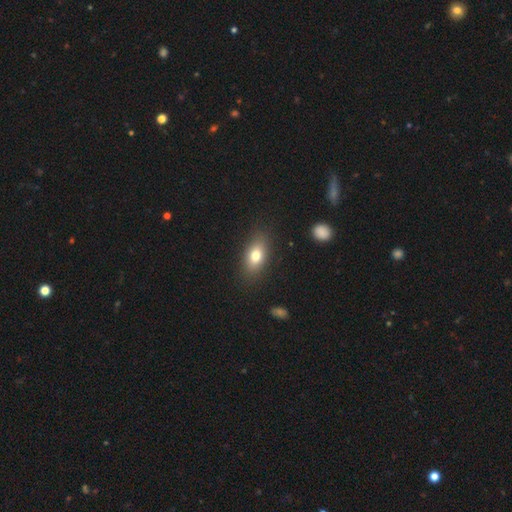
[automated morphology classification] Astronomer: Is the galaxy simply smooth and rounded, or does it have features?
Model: smooth — 76%.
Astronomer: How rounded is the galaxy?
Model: in between — 83%.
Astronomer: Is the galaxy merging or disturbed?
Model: none — 85%.